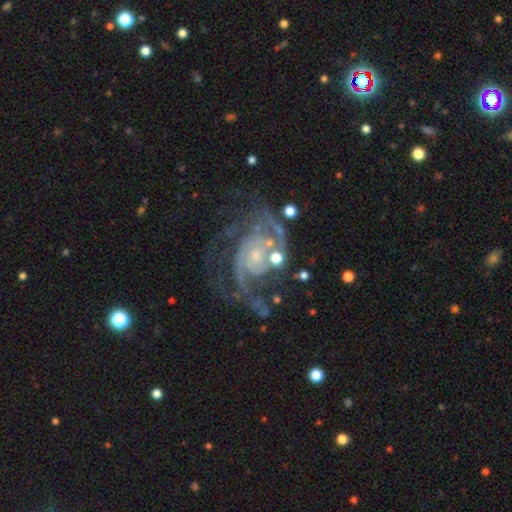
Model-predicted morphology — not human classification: This appears to be a featured or disk galaxy (90%) with no bar (70%), 2 (34%) tight (45%) spiral arms (97%) and a small central bulge (62%). Merging: none (57%).